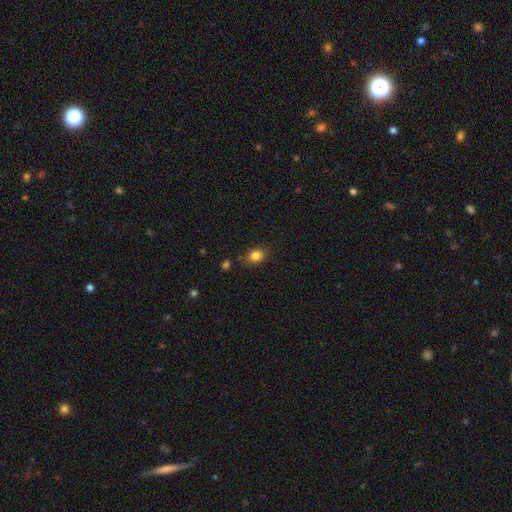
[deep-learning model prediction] Smooth or featured: smooth — 83% (star or artifact — 11%)
How rounded: round — 52% (in between — 46%)
Merging: none — 78% (minor disturbance — 15%)